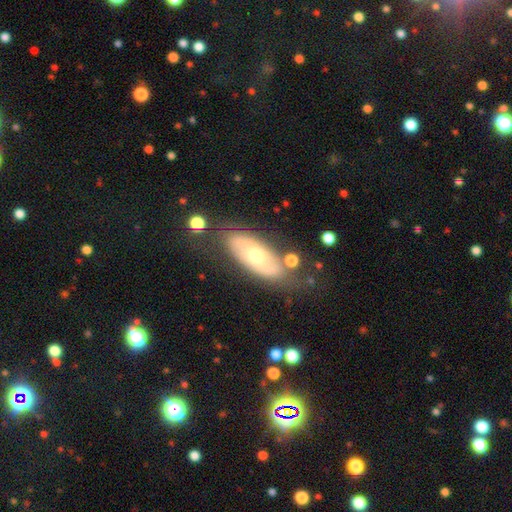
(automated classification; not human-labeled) Smooth or featured: featured or disk — 52% (smooth — 41%)
Edge-on disk: no — 84% (yes — 16%)
Merging: none — 71% (minor disturbance — 17%)